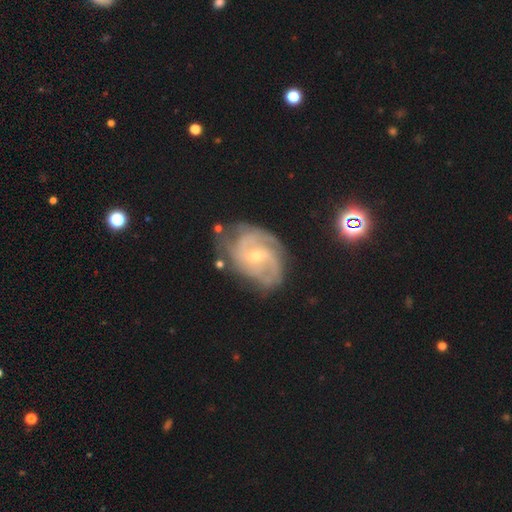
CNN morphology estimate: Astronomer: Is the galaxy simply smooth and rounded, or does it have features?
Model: featured or disk — 87%.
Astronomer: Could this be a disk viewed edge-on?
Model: no — 97%.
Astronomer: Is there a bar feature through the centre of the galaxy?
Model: weak — 47% (runner-up: no, 43%).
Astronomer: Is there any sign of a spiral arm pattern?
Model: yes — 96%.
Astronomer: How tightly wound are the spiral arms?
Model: tight — 45% (runner-up: medium, 43%).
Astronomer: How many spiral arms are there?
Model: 2 — 31% (runner-up: 3, 30%).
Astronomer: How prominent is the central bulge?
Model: small — 54% (runner-up: moderate, 43%).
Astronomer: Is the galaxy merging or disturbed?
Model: none — 63%.